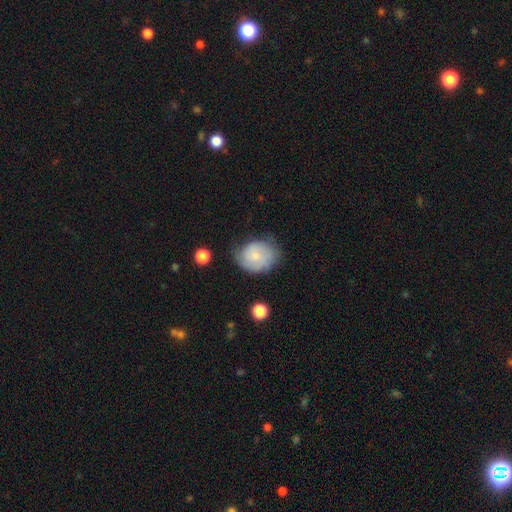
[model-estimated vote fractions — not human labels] Smooth or featured? Predicted: smooth (p=0.66). How rounded? Predicted: round (p=0.52). Merging? Predicted: none (p=0.56).